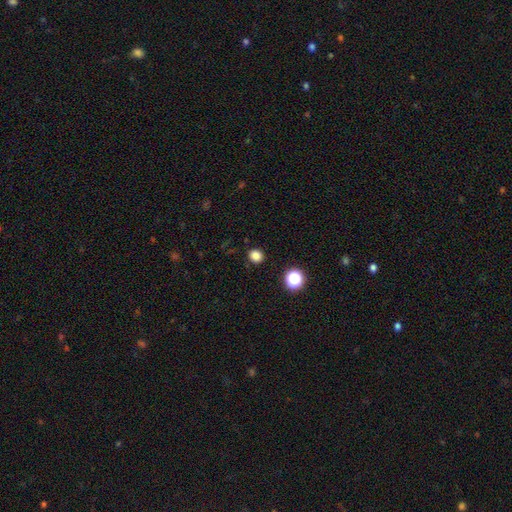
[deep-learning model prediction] smooth_or_featured: smooth (p=0.83) [alt: star or artifact p=0.14]
how_rounded: round (p=0.80) [alt: in between p=0.19]
merging: none (p=0.90) [alt: minor disturbance p=0.06]